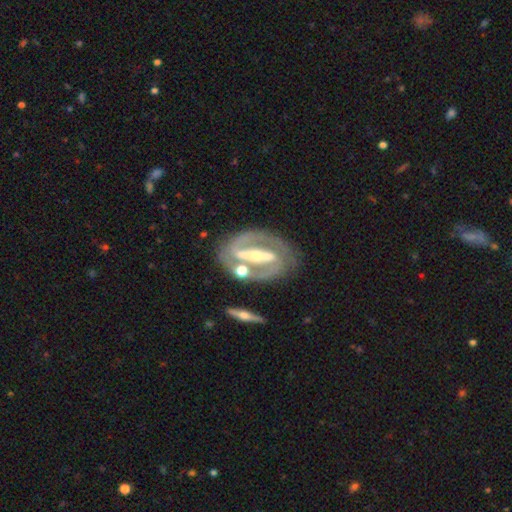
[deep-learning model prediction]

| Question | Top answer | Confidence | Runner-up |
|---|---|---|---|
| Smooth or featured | featured or disk | 89% | smooth (7%) |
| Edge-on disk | no | 93% | yes (7%) |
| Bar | strong | 83% | weak (12%) |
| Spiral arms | yes | 89% | no (11%) |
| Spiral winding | tight | 49% | medium (41%) |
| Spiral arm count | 2 | 89% | can't tell (5%) |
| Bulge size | moderate | 48% | small (37%) |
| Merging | none | 74% | minor disturbance (13%) |